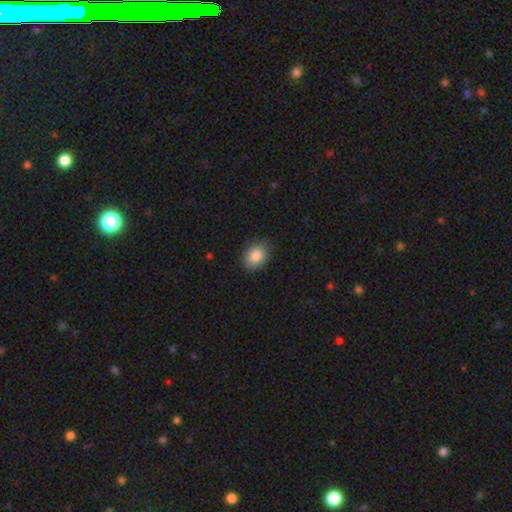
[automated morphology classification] smooth 87%, star or artifact 8%, featured or disk 6%. Down the decision tree: how rounded — in between (67%); merging — none (85%).